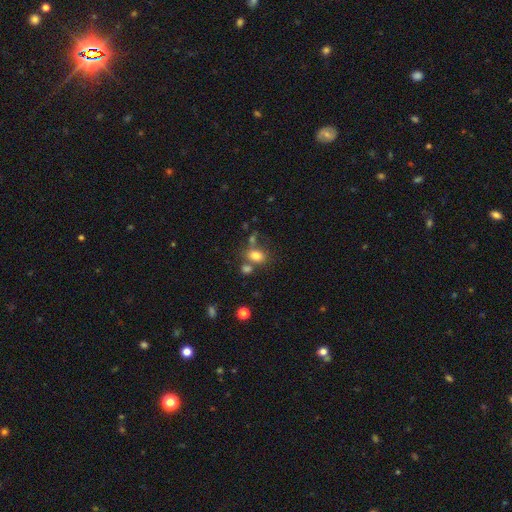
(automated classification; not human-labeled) Smooth or featured: smooth — 78% (star or artifact — 12%)
How rounded: in between — 72% (round — 27%)
Merging: none — 53% (merger — 25%)